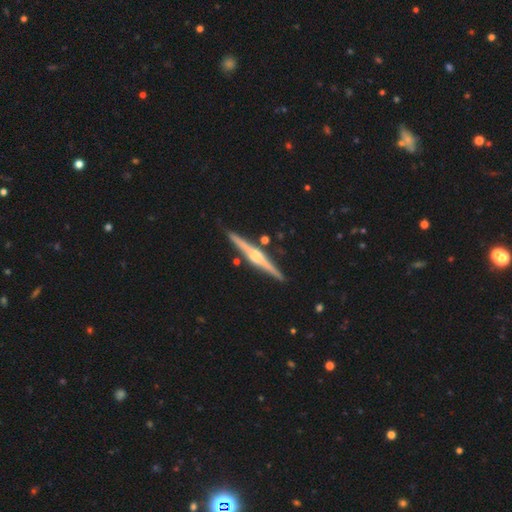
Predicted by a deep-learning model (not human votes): Smooth or featured: featured or disk — 82% (smooth — 13%)
Edge-on disk: yes — 98% (no — 2%)
Edge-on bulge: rounded — 80% (boxy — 15%)
Merging: none — 89% (minor disturbance — 7%)